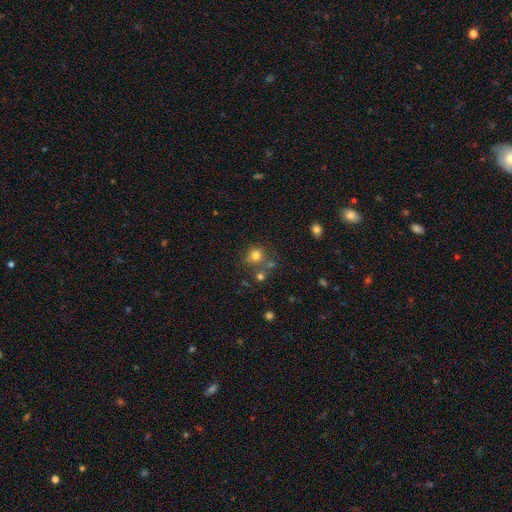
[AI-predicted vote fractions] smooth 76%, star or artifact 15%, featured or disk 10%. Down the decision tree: how rounded — round (88%); merging — none (64%).